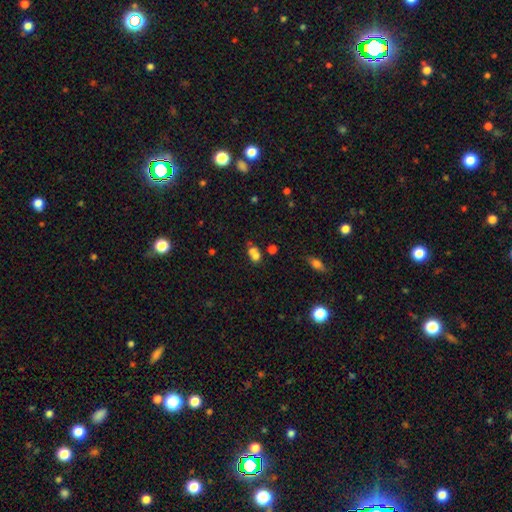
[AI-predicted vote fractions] This is likely a smooth galaxy (68%). How rounded: possibly in between (55%). Merging: possibly merger (55%).